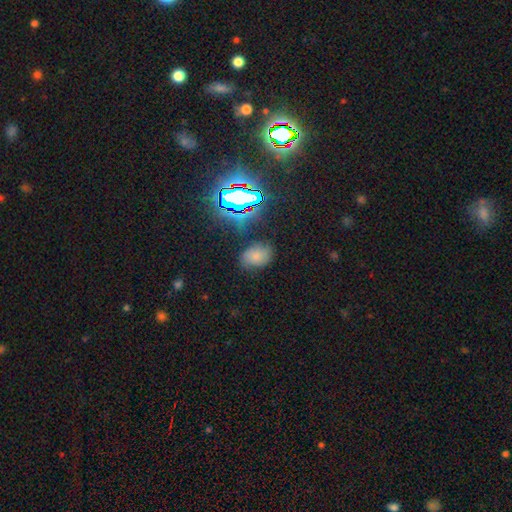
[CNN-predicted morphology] Smooth or featured? smooth (64%)
How rounded? in between (76%)
Merging? none (73%)